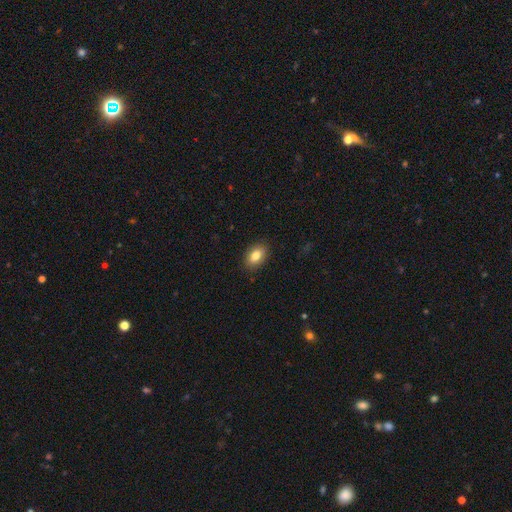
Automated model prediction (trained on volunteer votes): Q: Smooth or featured?
A: smooth (84%); runner-up: featured or disk (8%)
Q: How rounded?
A: in between (86%); runner-up: round (12%)
Q: Merging?
A: none (89%); runner-up: minor disturbance (8%)